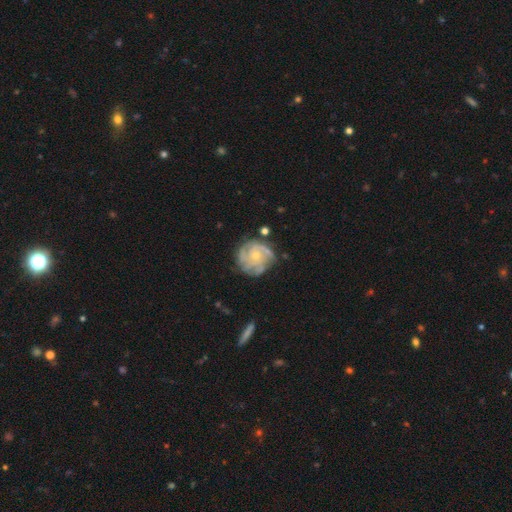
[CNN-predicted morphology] A featured or disk galaxy (82%) with no bar (79%), tight (64%) spiral arms (92%) and a small central bulge (67%). Merging: none (69%).